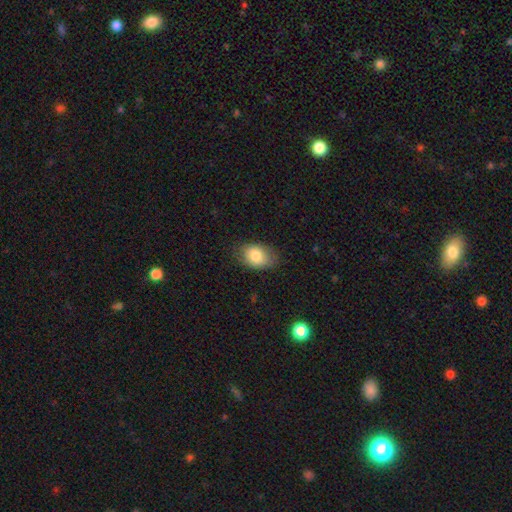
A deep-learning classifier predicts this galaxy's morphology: This appears to be a smooth galaxy with no disk features (81%) that is in between round and cigar-shaped (82%). Merging: none (74%).